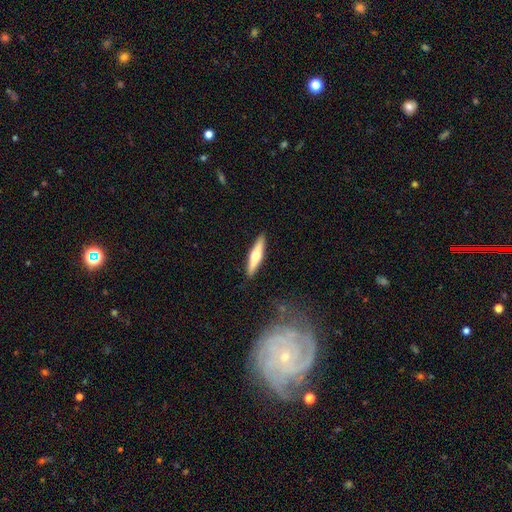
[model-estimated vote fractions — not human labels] The model was most divided on "smooth or featured": featured or disk: 49%, smooth: 45%, star or artifact: 5%. More confident: merging — none (90%).